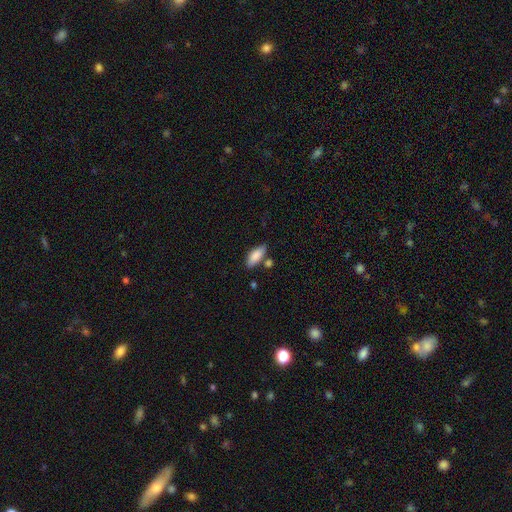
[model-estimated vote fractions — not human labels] The model was most divided on "merging": none: 69%, minor disturbance: 16%, merger: 11%, major disturbance: 4%. More confident: smooth or featured — smooth (84%); how rounded — in between (77%).